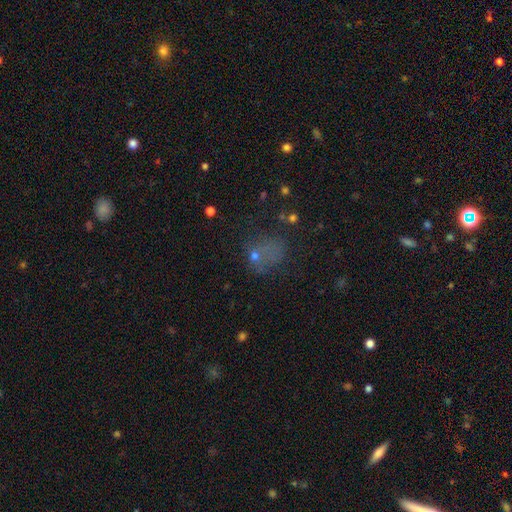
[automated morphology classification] Smooth or featured: smooth — 54% (star or artifact — 27%)
How rounded: round — 52% (in between — 46%)
Merging: major disturbance — 36% (tied with none — 36%)